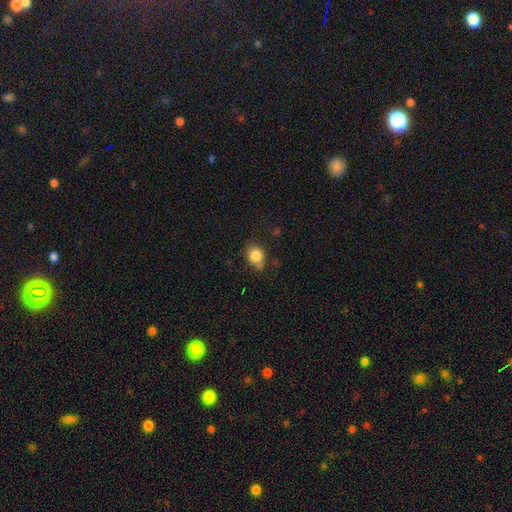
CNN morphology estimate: smooth-or-featured: smooth: 84% | star or artifact: 10% | featured or disk: 6%
  how-rounded: round: 59% | in between: 40% | cigar-shaped: 1%
  merging: none: 63% | minor disturbance: 27% | major disturbance: 6% | merger: 4%